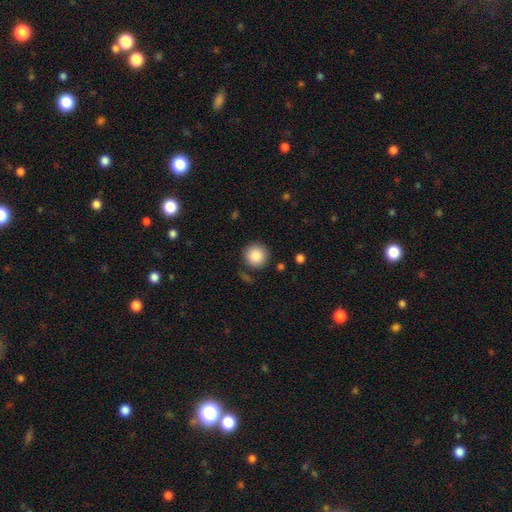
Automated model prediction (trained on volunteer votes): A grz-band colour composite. It shows a smooth galaxy with no disk features (88%) that is round (95%). Merging: none (85%).